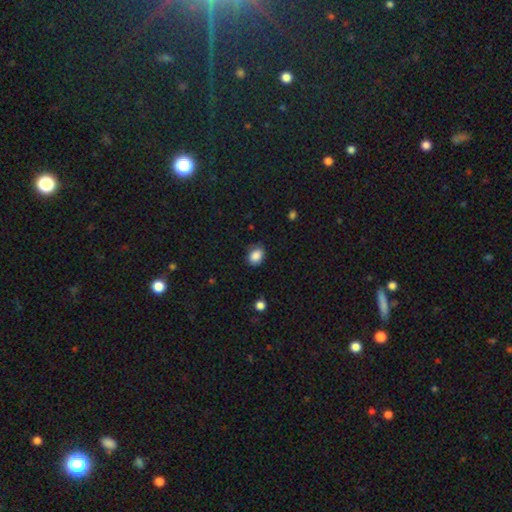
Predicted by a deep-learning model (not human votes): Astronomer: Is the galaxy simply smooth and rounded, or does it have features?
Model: smooth — 87%.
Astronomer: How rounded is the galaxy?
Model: in between — 68%.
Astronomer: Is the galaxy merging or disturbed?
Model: none — 72%.